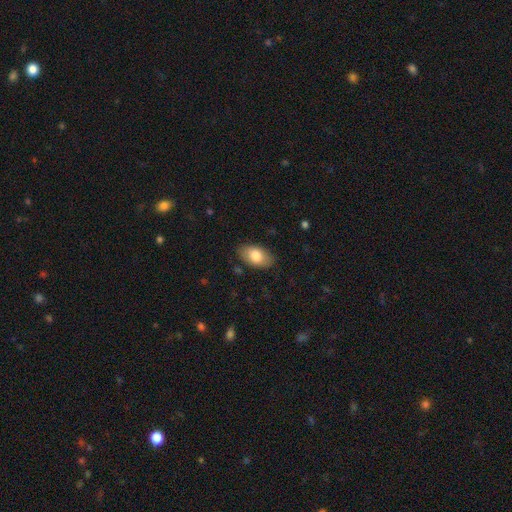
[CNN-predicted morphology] Smooth or featured: smooth — 80% (featured or disk — 13%)
How rounded: in between — 93% (round — 5%)
Merging: none — 84% (minor disturbance — 12%)